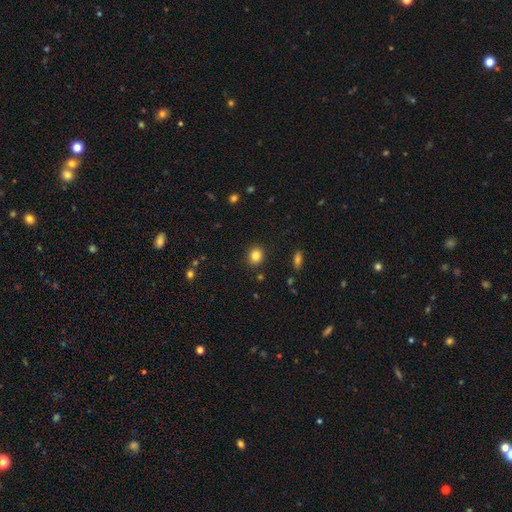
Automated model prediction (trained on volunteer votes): Q: Smooth or featured?
A: smooth (83%); runner-up: star or artifact (11%)
Q: How rounded?
A: round (77%); runner-up: in between (22%)
Q: Merging?
A: none (89%); runner-up: minor disturbance (7%)